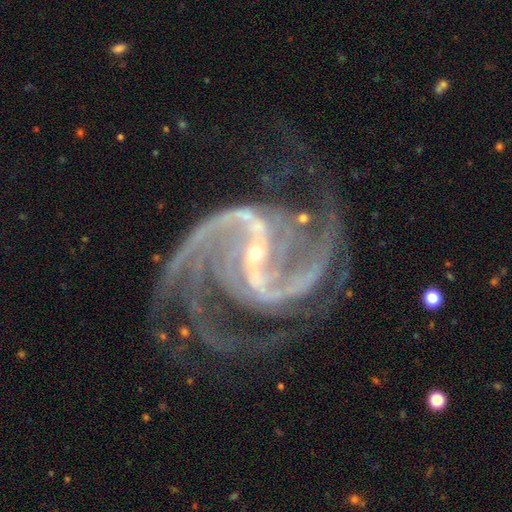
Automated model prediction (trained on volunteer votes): featured or disk 94%, star or artifact 5%, smooth 2%. Down the decision tree: edge-on disk — no (98%); bar — strong (63%); spiral arms — yes (99%); spiral arm count — 2 (56%); spiral winding — medium (59%); bulge size — small (85%); merging — none (63%).